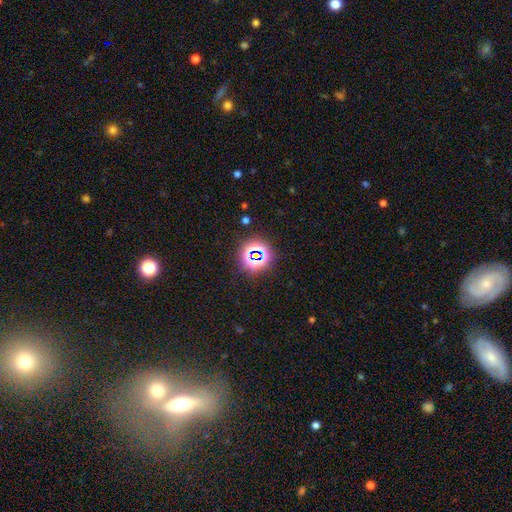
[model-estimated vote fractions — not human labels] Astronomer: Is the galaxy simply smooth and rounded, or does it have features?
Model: star or artifact — 69%.